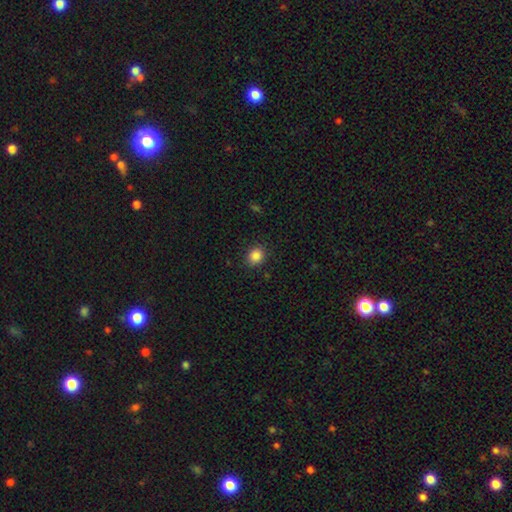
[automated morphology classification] Smooth or featured: smooth — 86% (star or artifact — 10%)
How rounded: round — 71% (in between — 28%)
Merging: none — 88% (minor disturbance — 9%)